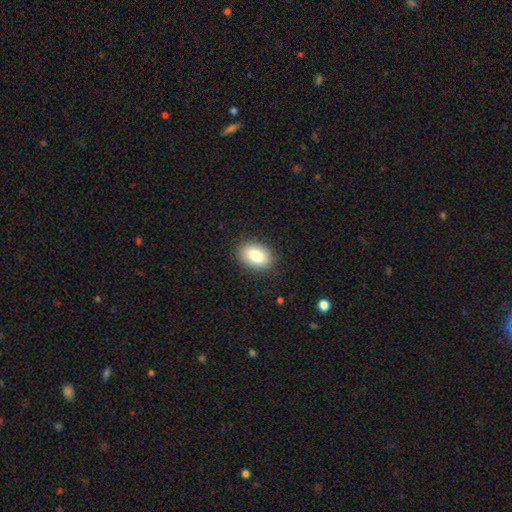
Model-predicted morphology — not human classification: This appears to be a smooth galaxy with no disk features (82%) that is in between round and cigar-shaped (89%). Merging: none (87%).